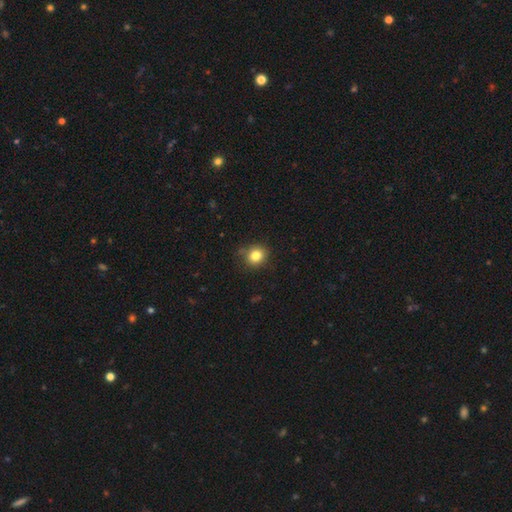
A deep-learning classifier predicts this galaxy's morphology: type=smooth (82%); roundness=round (82%); merging=none (80%).